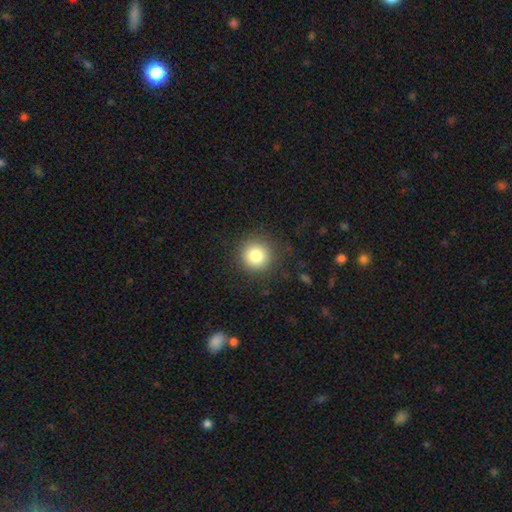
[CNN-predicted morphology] This is clearly a smooth galaxy (82%). How rounded: clearly round (94%). Merging: clearly none (88%).